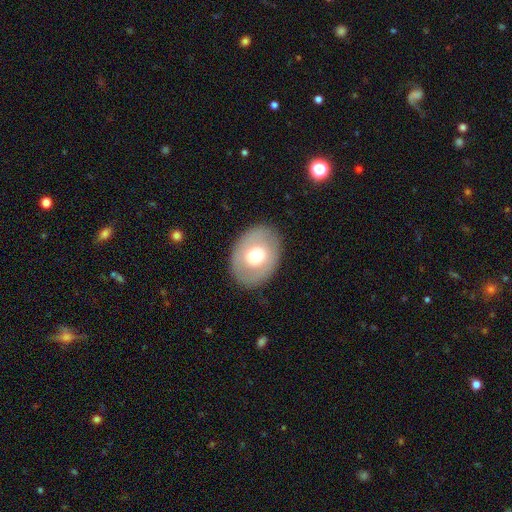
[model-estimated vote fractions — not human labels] Smooth or featured?
  - smooth: 57% *
  - featured or disk: 36%
  - star or artifact: 7%
How rounded?
  - in between: 64% *
  - round: 35%
  - cigar-shaped: 1%
Merging?
  - none: 85% *
  - minor disturbance: 10%
  - major disturbance: 4%
  - merger: 1%